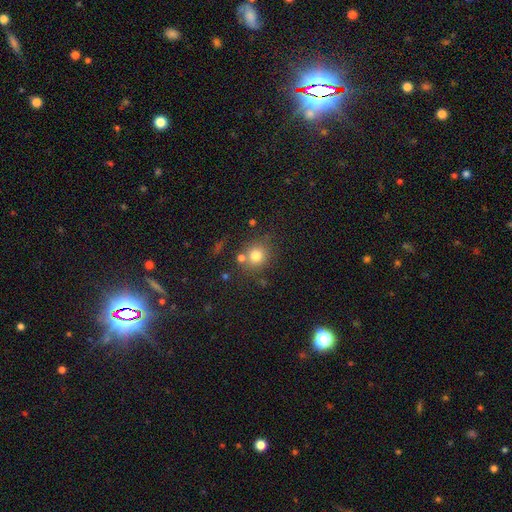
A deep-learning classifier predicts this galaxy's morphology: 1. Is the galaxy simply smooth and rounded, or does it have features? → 77% smooth, 13% star or artifact, 10% featured or disk.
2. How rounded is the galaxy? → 85% round, 14% in between, 1% cigar-shaped.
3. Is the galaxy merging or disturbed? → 71% none, 14% merger, 11% minor disturbance, 4% major disturbance.